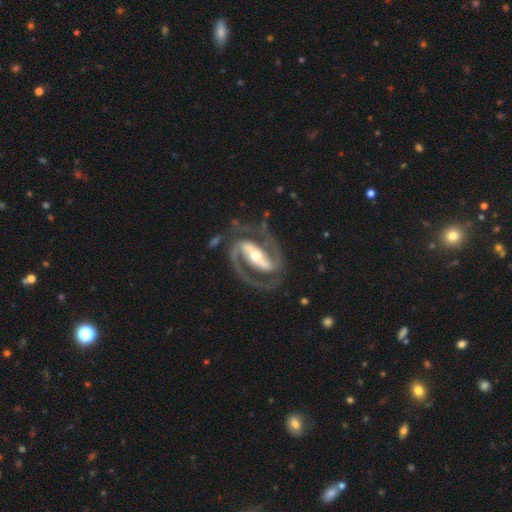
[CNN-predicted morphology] Smooth or featured: featured or disk — 93% (smooth — 4%)
Edge-on disk: no — 97% (yes — 3%)
Bar: strong — 72% (weak — 18%)
Spiral arms: yes — 98% (no — 2%)
Spiral winding: medium — 53% (tight — 36%)
Spiral arm count: 2 — 94% (1 — 2%)
Bulge size: moderate — 66% (small — 23%)
Merging: none — 77% (minor disturbance — 13%)